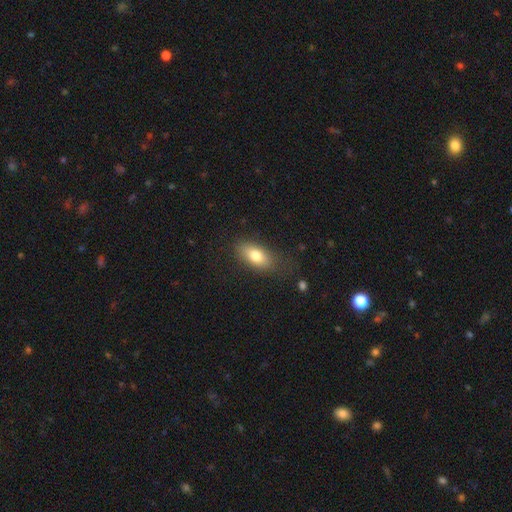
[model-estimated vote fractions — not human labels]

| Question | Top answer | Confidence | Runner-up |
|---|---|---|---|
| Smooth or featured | smooth | 76% | featured or disk (16%) |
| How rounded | in between | 87% | cigar-shaped (7%) |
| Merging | none | 76% | minor disturbance (16%) |